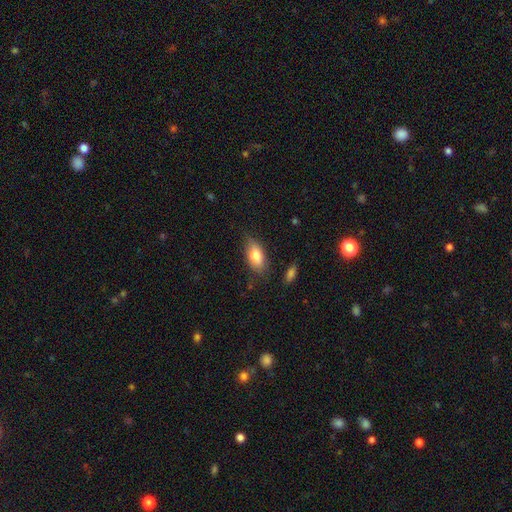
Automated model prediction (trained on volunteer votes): A smooth galaxy with no disk features (79%) that is in between round and cigar-shaped (89%).

Vote fractions:
- Smooth or featured? smooth: 79% / featured or disk: 13% / star or artifact: 7%
- How rounded? in between: 89% / cigar-shaped: 7% / round: 4%
- Merging? none: 74% / minor disturbance: 19% / major disturbance: 4% / merger: 2%